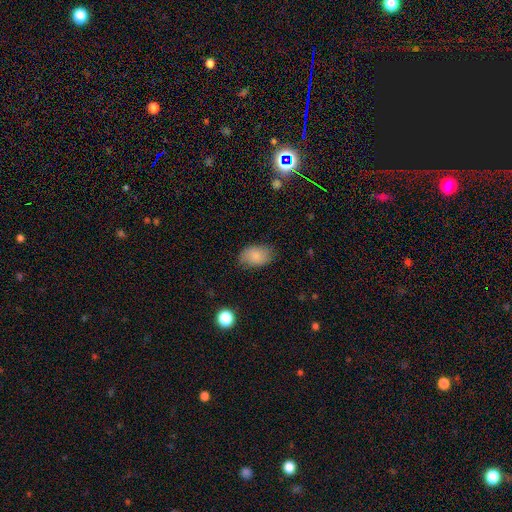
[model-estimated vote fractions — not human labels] smooth 84%, featured or disk 9%, star or artifact 7%. Down the decision tree: how rounded — in between (88%); merging — none (78%).